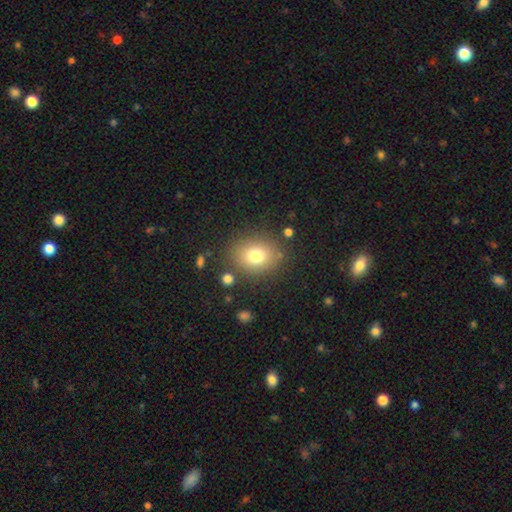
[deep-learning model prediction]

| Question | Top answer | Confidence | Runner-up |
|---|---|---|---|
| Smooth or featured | smooth | 76% | star or artifact (13%) |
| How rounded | round | 58% | in between (41%) |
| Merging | none | 82% | minor disturbance (10%) |